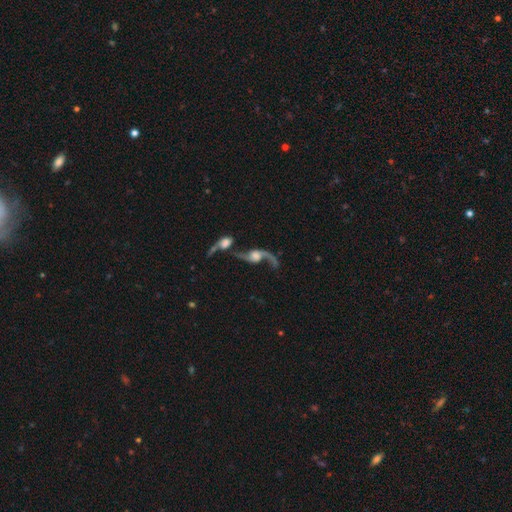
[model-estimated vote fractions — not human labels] Smooth or featured? featured or disk (86%)
Edge-on disk? no (92%)
Bar? no (62%)
Spiral arms? yes (94%)
Spiral winding? loose (89%)
Spiral arm count? 2 (86%)
Bulge size? moderate (38%)
Merging? merger (51%)